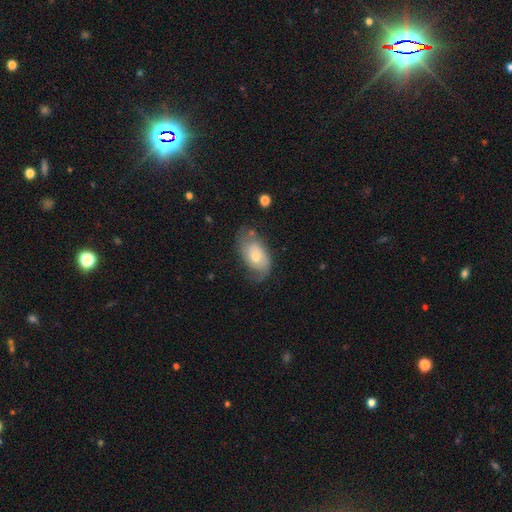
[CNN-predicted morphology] A featured or disk galaxy (49%). Merging: none (54%).